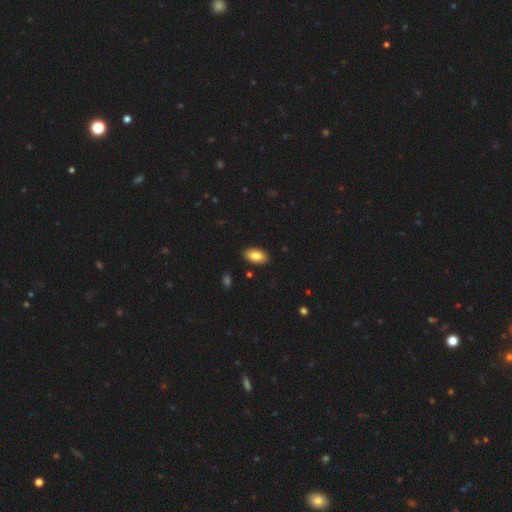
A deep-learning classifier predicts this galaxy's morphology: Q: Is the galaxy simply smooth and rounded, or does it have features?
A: smooth — 84%.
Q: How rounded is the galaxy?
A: in between — 94%.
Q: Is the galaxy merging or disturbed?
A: none — 89%.